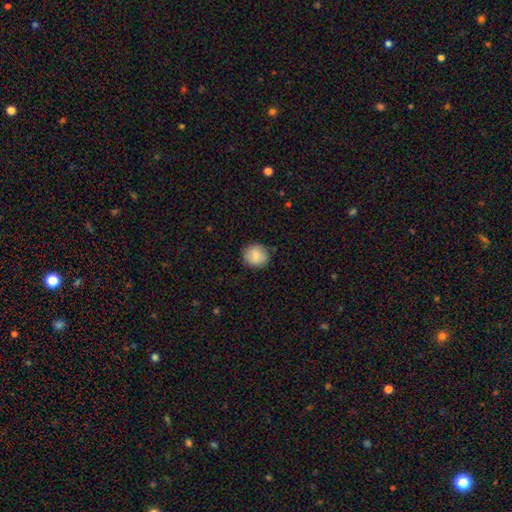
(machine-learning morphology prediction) A smooth galaxy with no disk features (82%) that is round (85%).

Vote fractions:
- Smooth or featured? smooth: 82% / featured or disk: 10% / star or artifact: 8%
- How rounded? round: 85% / in between: 14% / cigar-shaped: 1%
- Merging? none: 85% / minor disturbance: 11% / major disturbance: 2% / merger: 1%